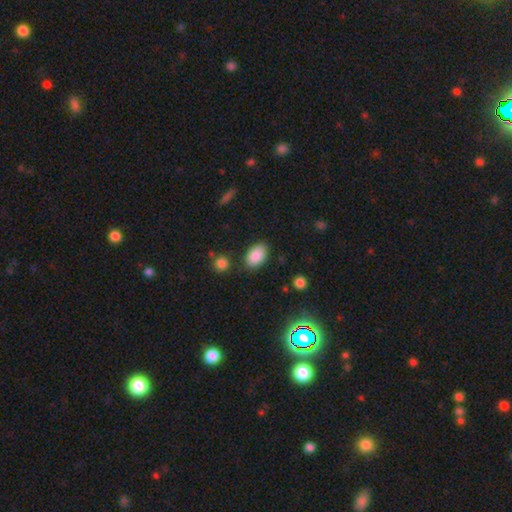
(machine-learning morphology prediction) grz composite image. It shows a smooth galaxy with no disk features (88%) that is in between round and cigar-shaped (92%). Merging: none (82%).